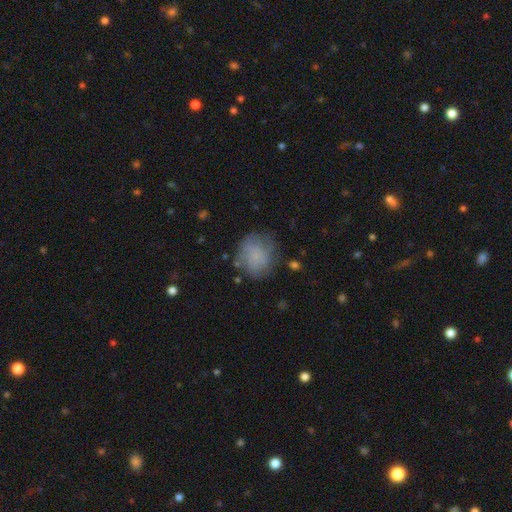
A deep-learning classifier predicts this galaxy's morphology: smooth 72%, featured or disk 18%, star or artifact 9%. Down the decision tree: how rounded — round (79%); merging — none (65%).